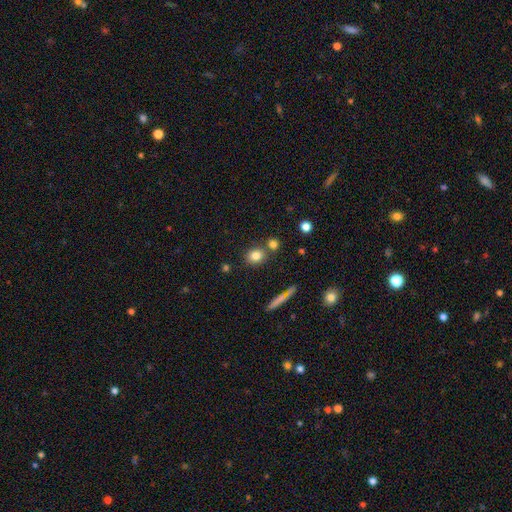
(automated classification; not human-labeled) Smooth or featured: smooth — 80% (star or artifact — 11%)
How rounded: round — 65% (in between — 31%)
Merging: none — 71% (merger — 16%)